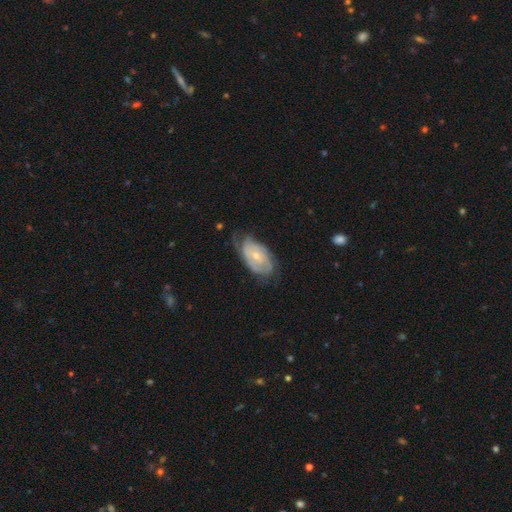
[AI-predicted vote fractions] Q: Smooth or featured?
A: featured or disk (69%); runner-up: smooth (25%)
Q: Edge-on disk?
A: no (94%); runner-up: yes (6%)
Q: Bar?
A: no (73%); runner-up: weak (22%)
Q: Spiral arms?
A: yes (80%); runner-up: no (20%)
Q: Spiral winding?
A: tight (61%); runner-up: medium (28%)
Q: Spiral arm count?
A: can't tell (43%); runner-up: 2 (36%)
Q: Bulge size?
A: small (55%); runner-up: moderate (42%)
Q: Merging?
A: none (53%); runner-up: minor disturbance (31%)